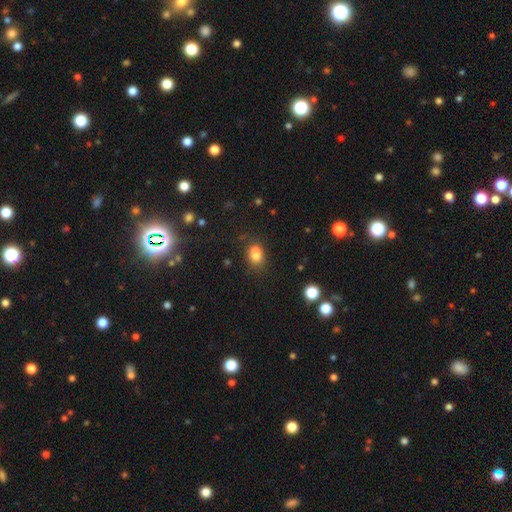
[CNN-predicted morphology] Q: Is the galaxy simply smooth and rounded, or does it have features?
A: smooth — 73%.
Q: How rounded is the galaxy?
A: in between — 55%.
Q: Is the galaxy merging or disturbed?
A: merger — 45%.